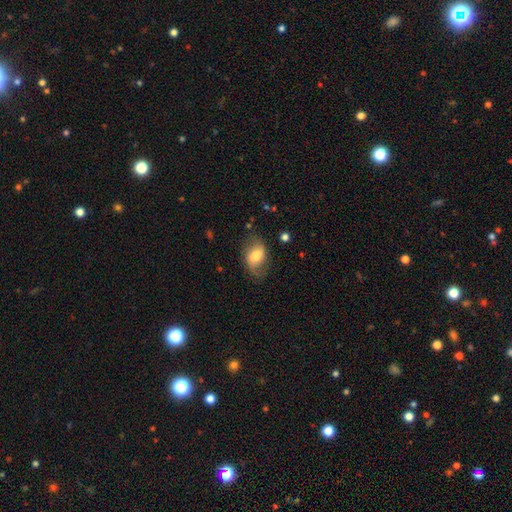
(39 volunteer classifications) Morphology: type=smooth (69%); roundness=in between (70%); merging=none (58%).